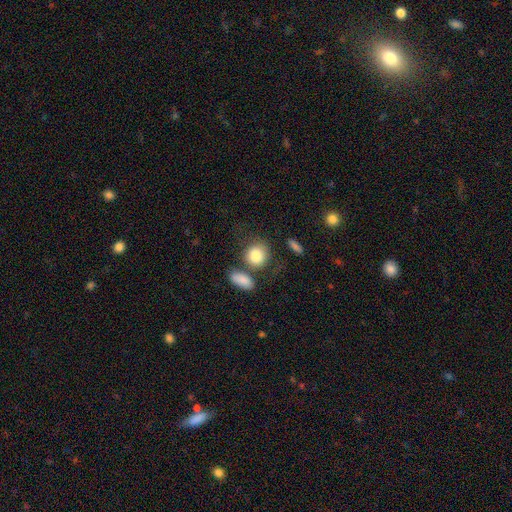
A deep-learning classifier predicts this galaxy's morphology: type=smooth (84%); roundness=round (69%); merging=none (60%).